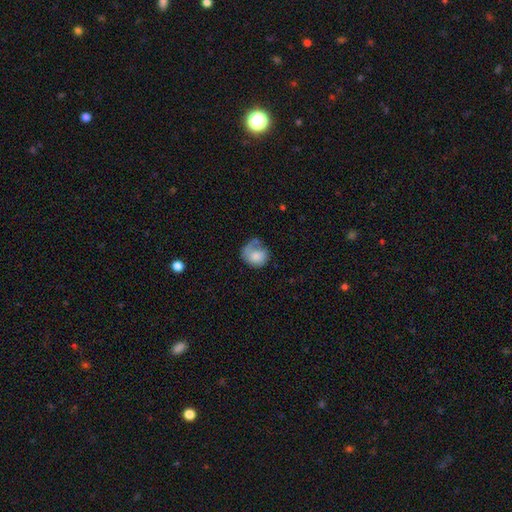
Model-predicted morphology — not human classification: smooth-or-featured: smooth: 68% | featured or disk: 25% | star or artifact: 7%
  how-rounded: round: 69% | in between: 30% | cigar-shaped: 1%
  merging: none: 39% | major disturbance: 28% | minor disturbance: 26% | merger: 7%